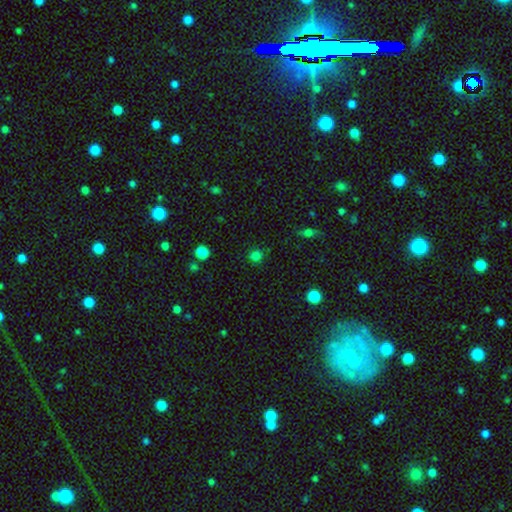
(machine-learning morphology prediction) smooth-or-featured: smooth: 78% | star or artifact: 18% | featured or disk: 4%
  how-rounded: round: 85% | in between: 14% | cigar-shaped: 1%
  merging: none: 84% | minor disturbance: 10% | major disturbance: 3% | merger: 3%